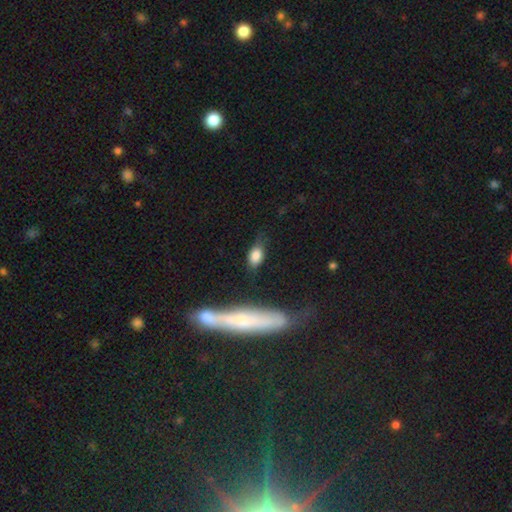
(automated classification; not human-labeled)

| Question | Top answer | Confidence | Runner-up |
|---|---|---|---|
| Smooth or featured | smooth | 80% | featured or disk (12%) |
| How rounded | in between | 84% | round (10%) |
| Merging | none | 59% | minor disturbance (27%) |